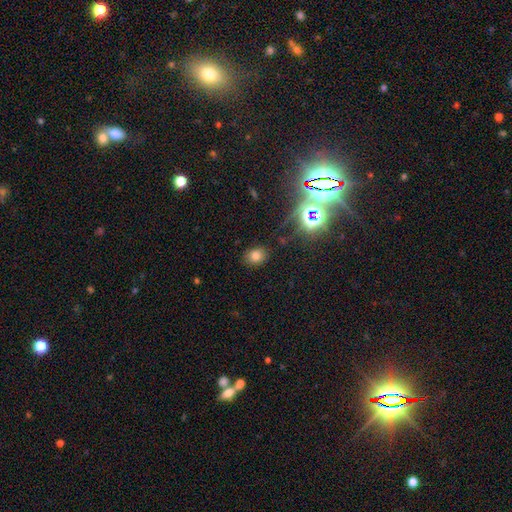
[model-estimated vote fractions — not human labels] The model was most divided on "how rounded": round: 54%, in between: 45%, cigar-shaped: 1%. More confident: merging — none (84%); smooth or featured — smooth (70%).